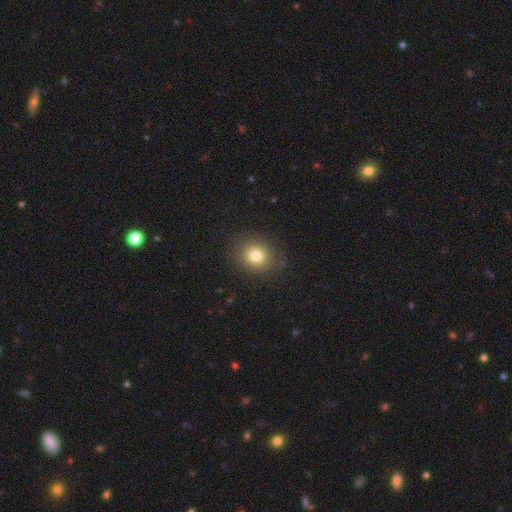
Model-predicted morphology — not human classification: Smooth or featured?
  - smooth: 79% *
  - star or artifact: 12%
  - featured or disk: 8%
How rounded?
  - round: 71% *
  - in between: 28%
  - cigar-shaped: 1%
Merging?
  - none: 85% *
  - minor disturbance: 10%
  - major disturbance: 4%
  - merger: 1%